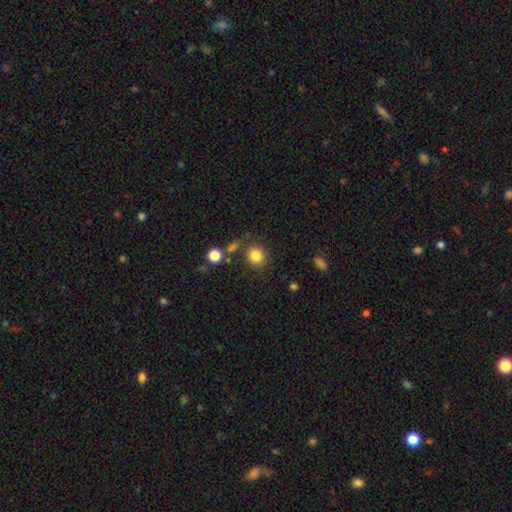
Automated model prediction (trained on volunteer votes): A smooth galaxy with no disk features (83%) that is round (83%).

Vote fractions:
- Smooth or featured? smooth: 83% / star or artifact: 11% / featured or disk: 6%
- How rounded? round: 83% / in between: 16% / cigar-shaped: 1%
- Merging? none: 79% / minor disturbance: 10% / merger: 6% / major disturbance: 4%